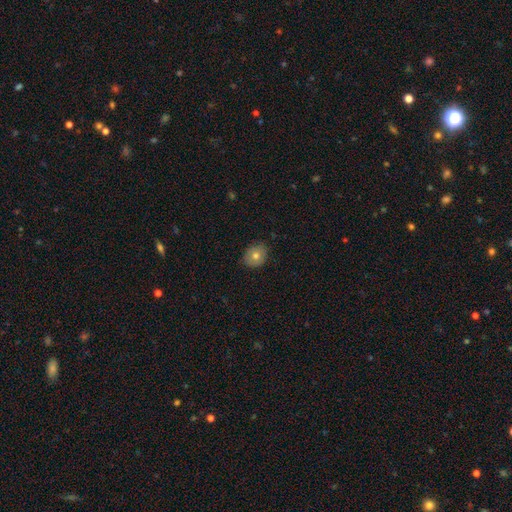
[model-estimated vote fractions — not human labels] A smooth galaxy with no disk features (72%) that is round (60%).

Vote fractions:
- Smooth or featured? smooth: 72% / featured or disk: 19% / star or artifact: 9%
- How rounded? round: 60% / in between: 39% / cigar-shaped: 1%
- Merging? none: 85% / minor disturbance: 12% / major disturbance: 2% / merger: 1%